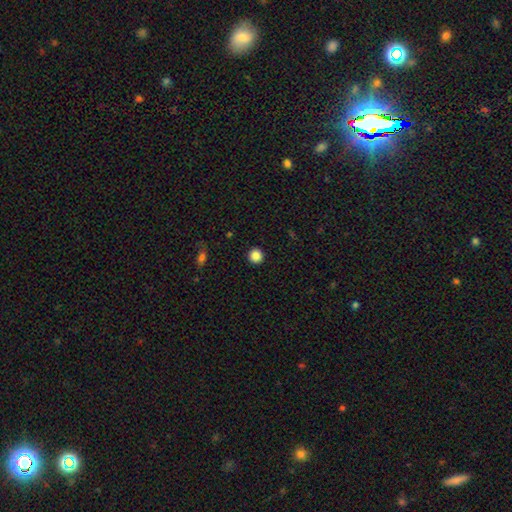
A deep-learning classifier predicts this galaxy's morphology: smooth-or-featured: smooth: 86% | star or artifact: 10% | featured or disk: 3%
  how-rounded: round: 94% | in between: 5% | cigar-shaped: 1%
  merging: none: 93% | minor disturbance: 5% | major disturbance: 2% | merger: 1%